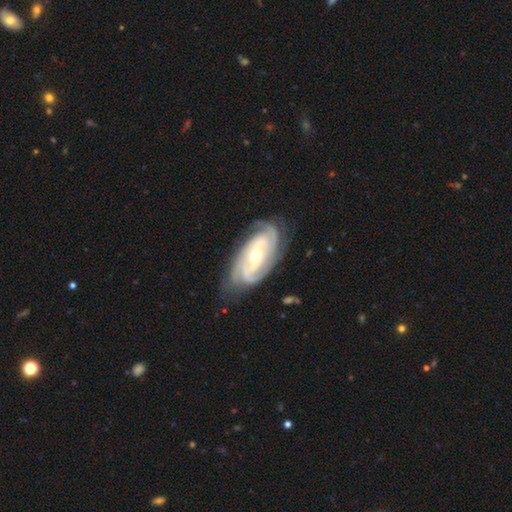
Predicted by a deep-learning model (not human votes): A featured or disk galaxy (89%) with a weak bar (40%), 3 (36%) tight (65%) spiral arms (97%) and a moderate central bulge (58%). Merging: none (75%).